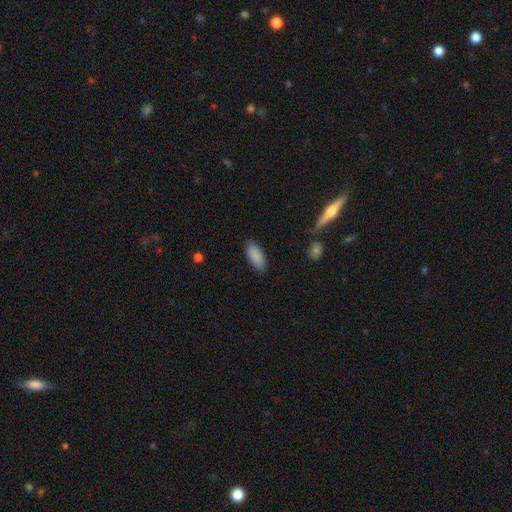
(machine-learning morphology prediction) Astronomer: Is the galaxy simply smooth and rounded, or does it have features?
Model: smooth — 89%.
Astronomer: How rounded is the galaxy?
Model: in between — 85%.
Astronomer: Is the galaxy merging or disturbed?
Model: none — 86%.